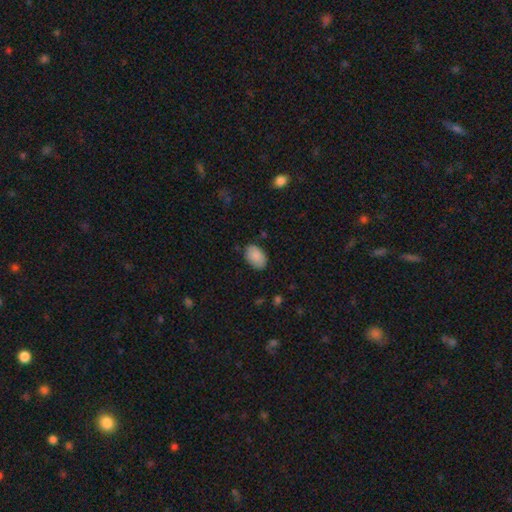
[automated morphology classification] This is clearly a smooth galaxy (88%). How rounded: clearly in between (90%). Merging: clearly none (82%).